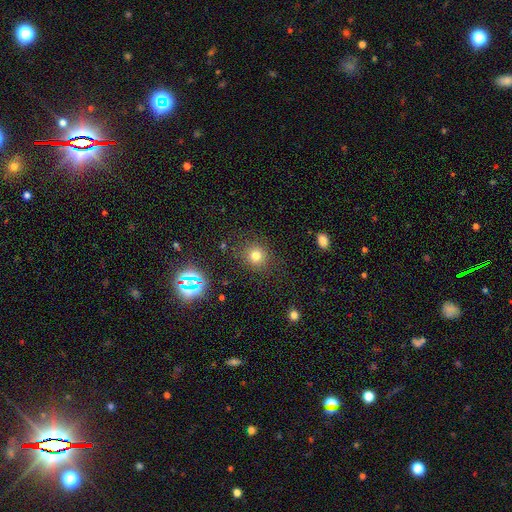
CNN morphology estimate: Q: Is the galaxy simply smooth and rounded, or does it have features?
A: smooth — 74%.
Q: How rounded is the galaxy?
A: round — 86%.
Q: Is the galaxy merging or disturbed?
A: none — 85%.